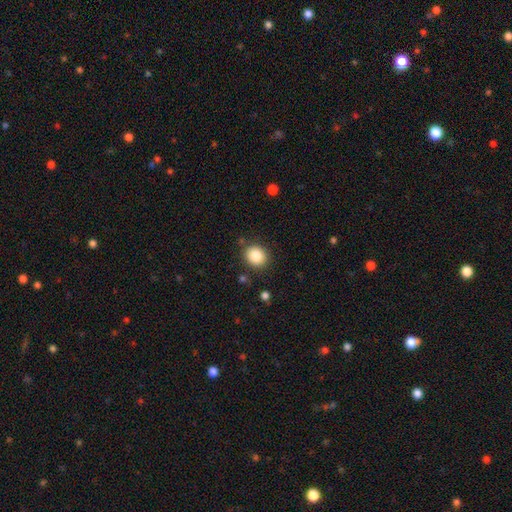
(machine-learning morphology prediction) type=smooth (86%); roundness=round (73%); merging=none (86%).